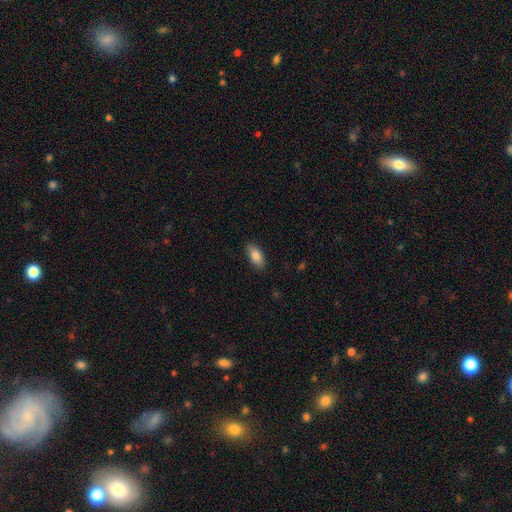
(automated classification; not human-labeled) Overall: smooth (85%). How rounded: in between (90%). Merging: none (87%).